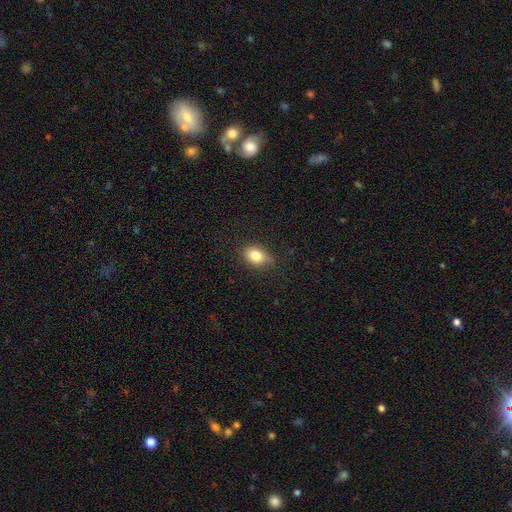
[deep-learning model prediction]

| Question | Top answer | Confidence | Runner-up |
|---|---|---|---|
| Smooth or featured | smooth | 80% | featured or disk (11%) |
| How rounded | in between | 77% | round (21%) |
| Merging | none | 76% | minor disturbance (19%) |